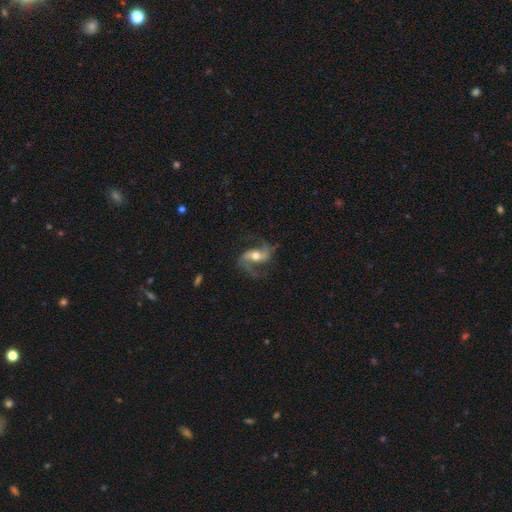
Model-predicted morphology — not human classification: This appears to be a featured or disk galaxy (88%) with a weak bar (36%), 2 (91%) loose (52%) spiral arms (97%) and a moderate central bulge (70%). Merging: none (74%).